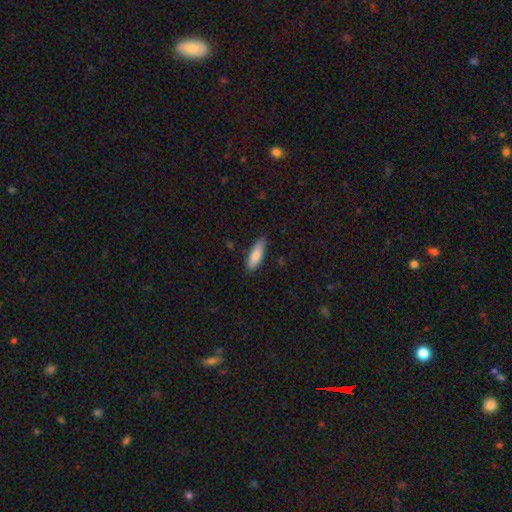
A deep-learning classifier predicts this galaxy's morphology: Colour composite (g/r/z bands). It shows a smooth galaxy with no disk features (81%) that is in between round and cigar-shaped (55%). Merging: none (82%).